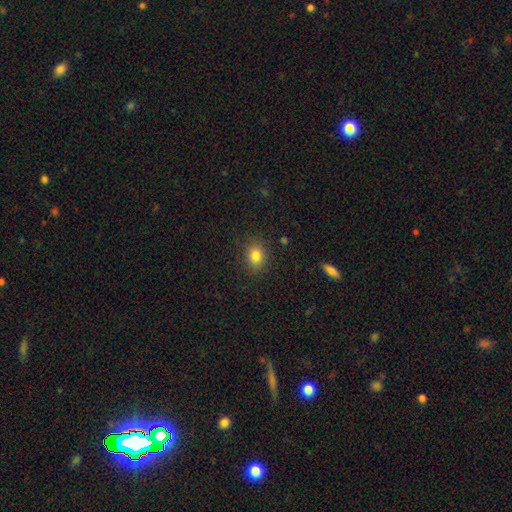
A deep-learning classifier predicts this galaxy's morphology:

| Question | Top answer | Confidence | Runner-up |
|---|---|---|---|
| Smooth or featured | smooth | 83% | star or artifact (11%) |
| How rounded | round | 55% | in between (44%) |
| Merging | none | 87% | minor disturbance (9%) |